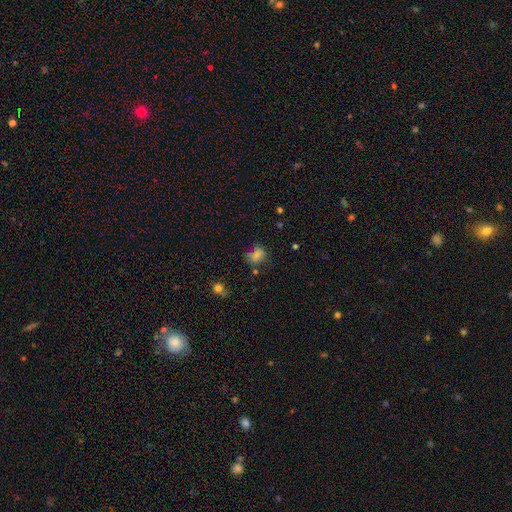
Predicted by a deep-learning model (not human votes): A smooth galaxy with no disk features (69%) that is round (49%, tied with in between).

Vote fractions:
- Smooth or featured? smooth: 69% / star or artifact: 17% / featured or disk: 14%
- How rounded? round: 49% (tied) / in between: 49% (tied) / cigar-shaped: 2%
- Merging? none: 61% / minor disturbance: 23% / major disturbance: 9% / merger: 7%